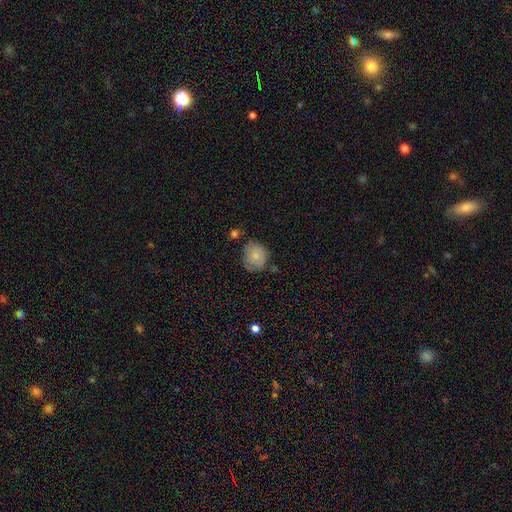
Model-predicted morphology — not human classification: Smooth or featured?
  - smooth: 79% *
  - featured or disk: 14%
  - star or artifact: 7%
How rounded?
  - round: 71% *
  - in between: 28%
  - cigar-shaped: 1%
Merging?
  - none: 65% *
  - minor disturbance: 25%
  - major disturbance: 5%
  - merger: 4%